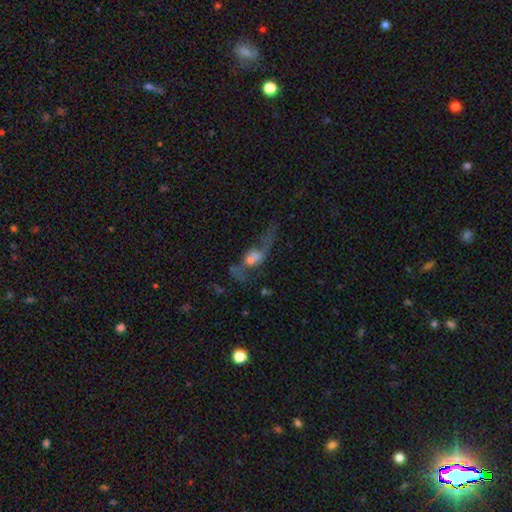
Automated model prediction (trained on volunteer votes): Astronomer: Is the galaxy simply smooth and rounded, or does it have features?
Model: featured or disk — 61%.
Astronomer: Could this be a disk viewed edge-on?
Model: no — 88%.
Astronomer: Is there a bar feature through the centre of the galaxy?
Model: no — 71%.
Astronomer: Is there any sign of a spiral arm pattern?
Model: yes — 62% (runner-up: no, 38%).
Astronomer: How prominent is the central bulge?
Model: moderate — 44% (runner-up: small, 31%).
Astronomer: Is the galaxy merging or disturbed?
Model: merger — 32% (runner-up: none, 29%).